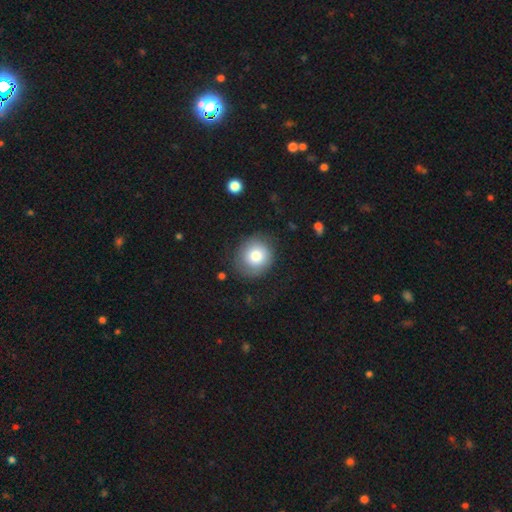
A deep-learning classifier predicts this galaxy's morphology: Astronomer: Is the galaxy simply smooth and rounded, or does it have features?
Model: smooth — 79%.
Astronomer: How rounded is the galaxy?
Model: round — 86%.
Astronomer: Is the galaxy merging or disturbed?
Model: none — 78%.